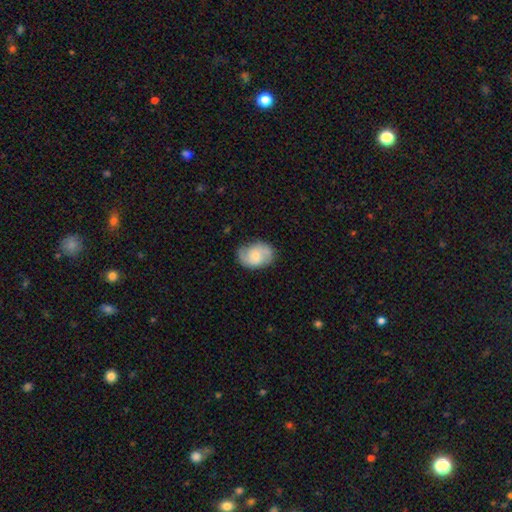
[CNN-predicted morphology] Q: Smooth or featured?
A: featured or disk (54%); runner-up: smooth (39%)
Q: Edge-on disk?
A: no (97%); runner-up: yes (3%)
Q: Bar?
A: no (62%); runner-up: weak (33%)
Q: Spiral arms?
A: yes (89%); runner-up: no (11%)
Q: Bulge size?
A: small (42%); runner-up: moderate (34%)
Q: Merging?
A: none (71%); runner-up: minor disturbance (21%)